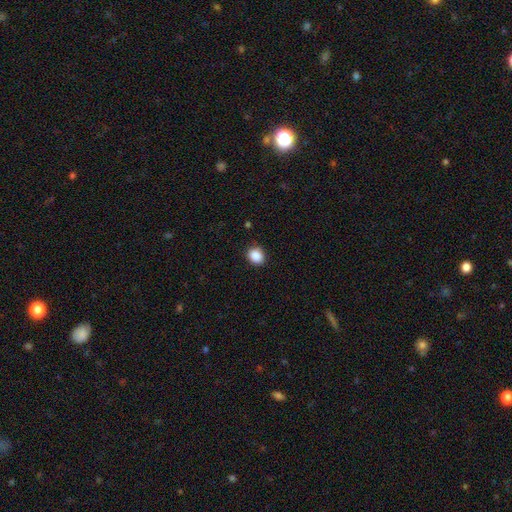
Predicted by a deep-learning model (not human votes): Overall: smooth (88%). How rounded: round (57%; in between 42%). Merging: none (86%).